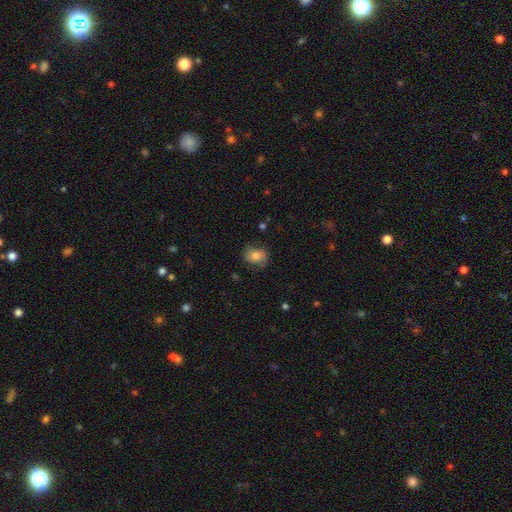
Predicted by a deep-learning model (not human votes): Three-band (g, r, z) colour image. It shows a smooth galaxy with no disk features (69%) that is in between round and cigar-shaped (51%). Merging: none (72%).